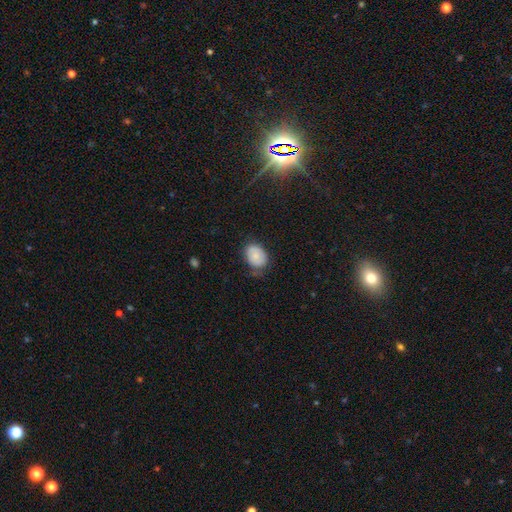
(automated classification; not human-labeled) smooth_or_featured: smooth (p=0.78) [alt: featured or disk p=0.14]
how_rounded: in between (p=0.69) [alt: round p=0.30]
merging: none (p=0.62) [alt: minor disturbance p=0.29]